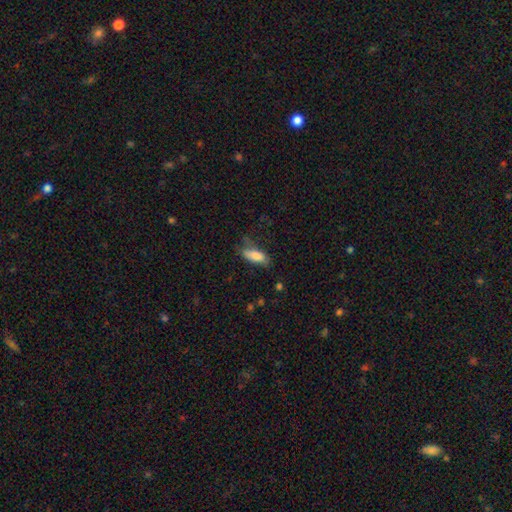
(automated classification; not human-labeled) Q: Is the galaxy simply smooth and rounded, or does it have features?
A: smooth — 80%.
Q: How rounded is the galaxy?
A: in between — 73%.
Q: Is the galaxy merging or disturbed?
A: none — 58%.